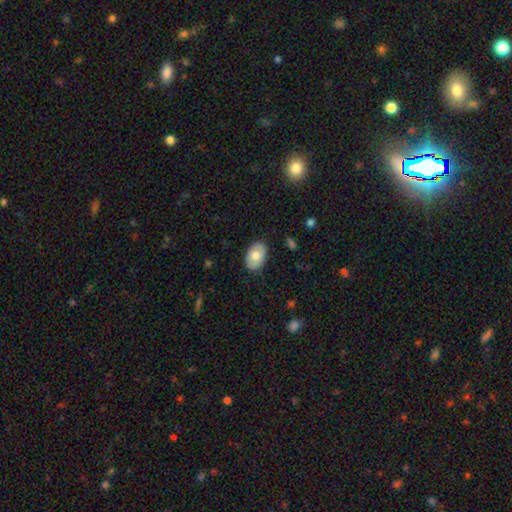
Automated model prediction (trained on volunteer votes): smooth 75%, featured or disk 19%, star or artifact 6%. Down the decision tree: how rounded — in between (89%); merging — none (86%).